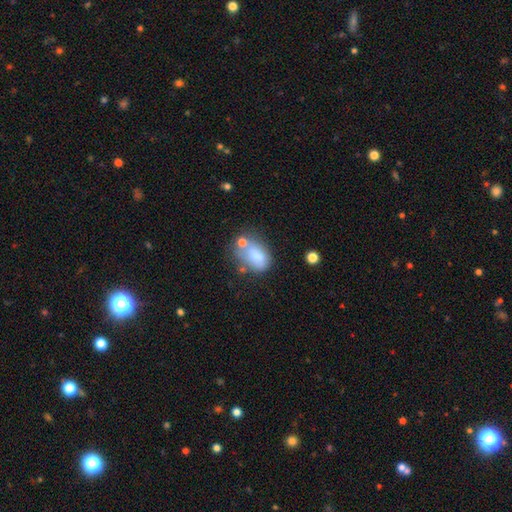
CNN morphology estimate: smooth 72%, featured or disk 18%, star or artifact 10%. Down the decision tree: how rounded — in between (84%); merging — none (37%).